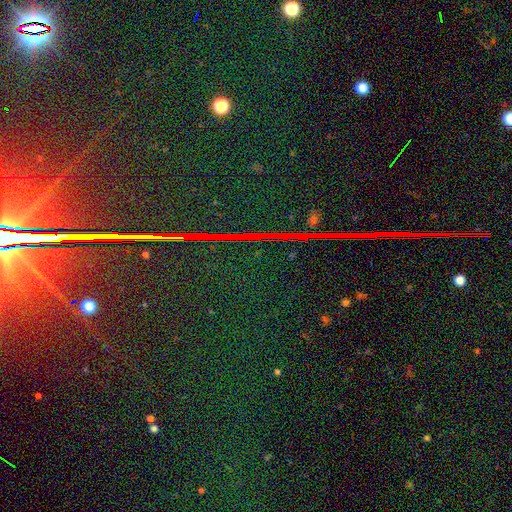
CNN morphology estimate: Smooth or featured? star or artifact (88%)